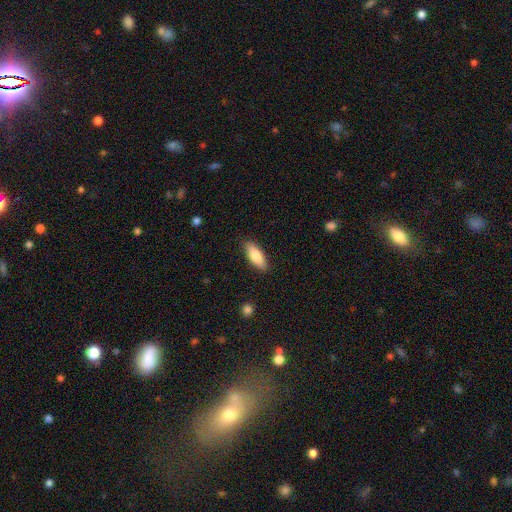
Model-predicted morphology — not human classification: smooth-or-featured: smooth: 82% | featured or disk: 12% | star or artifact: 6%
  how-rounded: in between: 71% | cigar-shaped: 27% | round: 2%
  merging: none: 87% | minor disturbance: 10% | major disturbance: 2% | merger: 1%